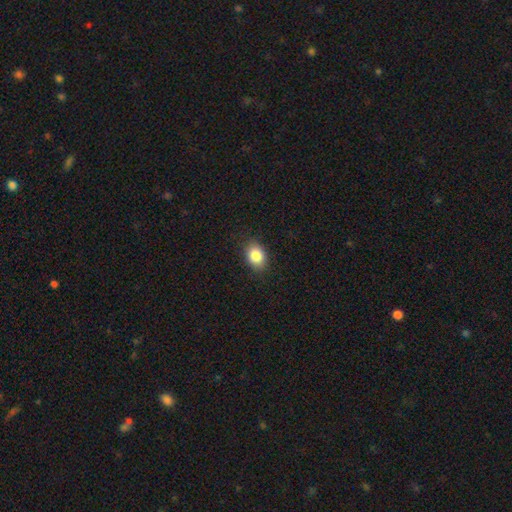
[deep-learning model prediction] Overall: smooth (86%). How rounded: in between (71%). Merging: none (87%).